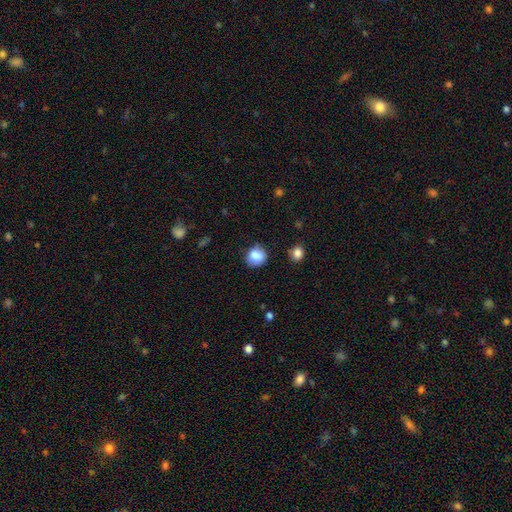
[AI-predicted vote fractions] Overall: smooth (84%). How rounded: round (83%). Merging: none (74%).